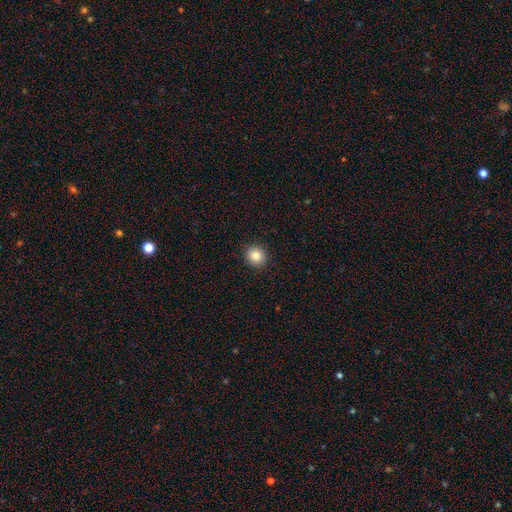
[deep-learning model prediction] smooth_or_featured: smooth (p=0.83) [alt: star or artifact p=0.10]
how_rounded: round (p=0.87) [alt: in between p=0.12]
merging: none (p=0.91) [alt: minor disturbance p=0.06]